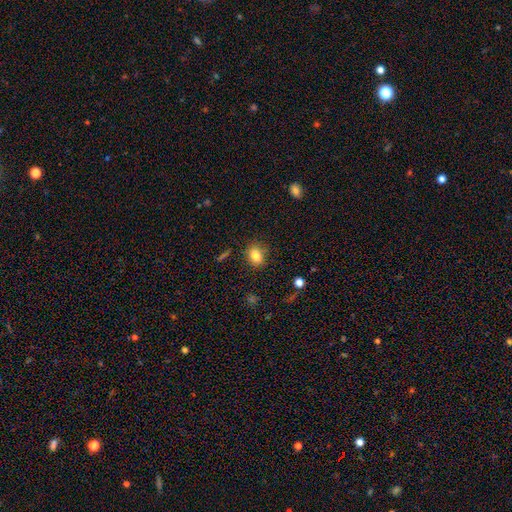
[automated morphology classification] This appears to be a smooth galaxy with no disk features (81%) that is in between round and cigar-shaped (59%). Merging: none (84%).